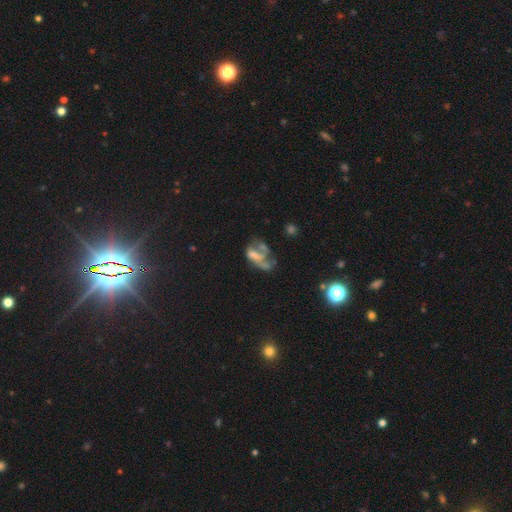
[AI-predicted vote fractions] This is possibly a featured or disk galaxy (52%). It is clearly not viewed edge-on (96%). Bar: clearly no (82%). Spiral arm pattern: clearly no (82%). Central bulge: likely none (65%). Merging: marginally major disturbance (41%).